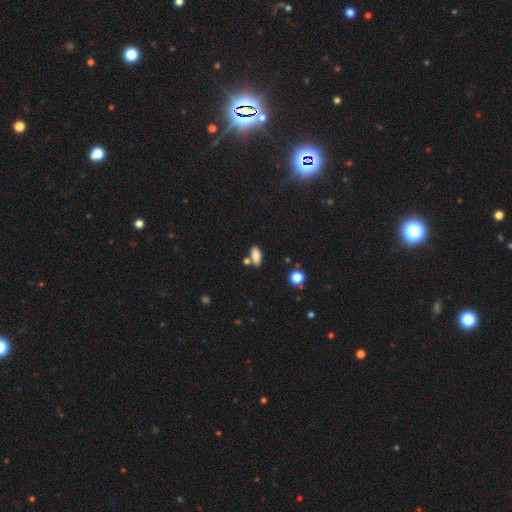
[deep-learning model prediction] Q: Smooth or featured?
A: smooth (83%); runner-up: star or artifact (9%)
Q: How rounded?
A: in between (82%); runner-up: cigar-shaped (14%)
Q: Merging?
A: none (67%); runner-up: merger (17%)